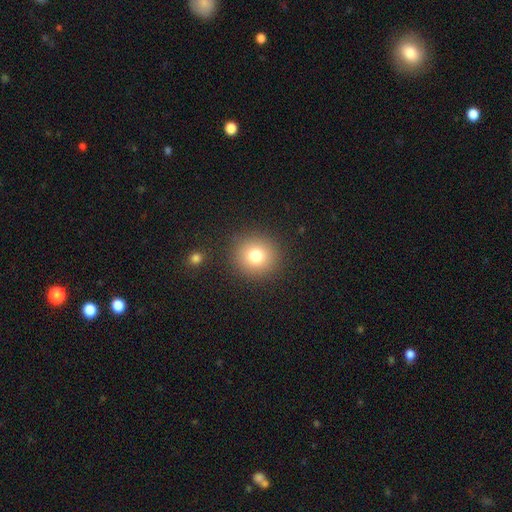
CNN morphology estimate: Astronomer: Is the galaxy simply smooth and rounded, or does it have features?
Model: smooth — 78%.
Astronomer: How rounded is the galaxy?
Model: round — 91%.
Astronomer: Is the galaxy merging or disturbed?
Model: none — 90%.